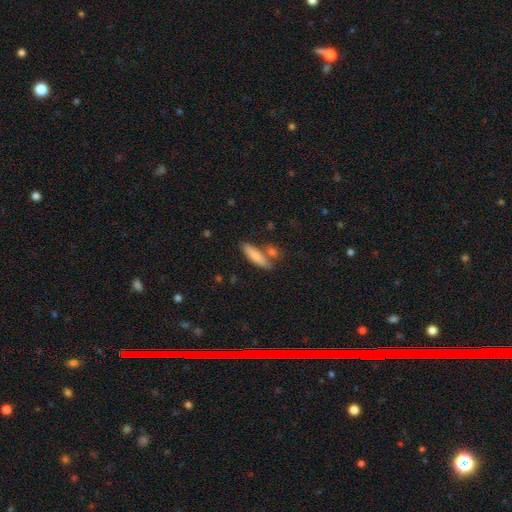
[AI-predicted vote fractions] A smooth galaxy with no disk features (81%) that is cigar-shaped (60%). Merging: none (68%).